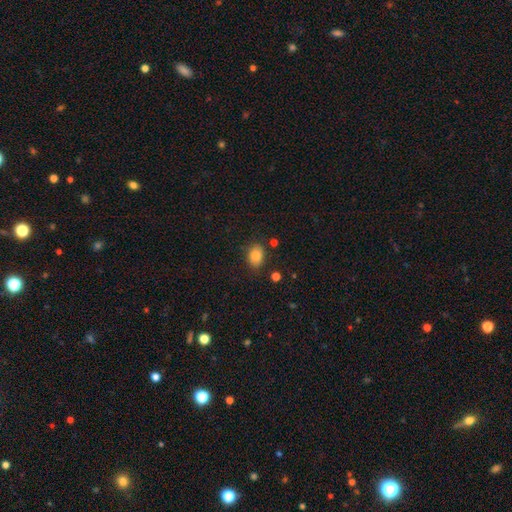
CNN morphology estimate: Smooth or featured: smooth — 83% (star or artifact — 10%)
How rounded: in between — 73% (round — 25%)
Merging: none — 80% (minor disturbance — 14%)